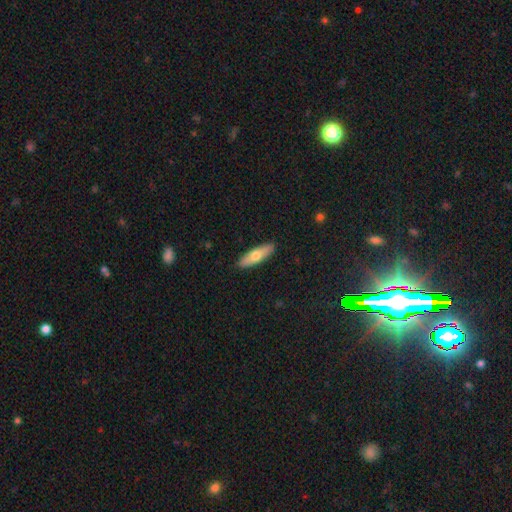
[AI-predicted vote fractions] The model was most divided on "how rounded": cigar-shaped: 54%, in between: 43%, round: 2%. More confident: merging — none (90%); smooth or featured — smooth (63%).